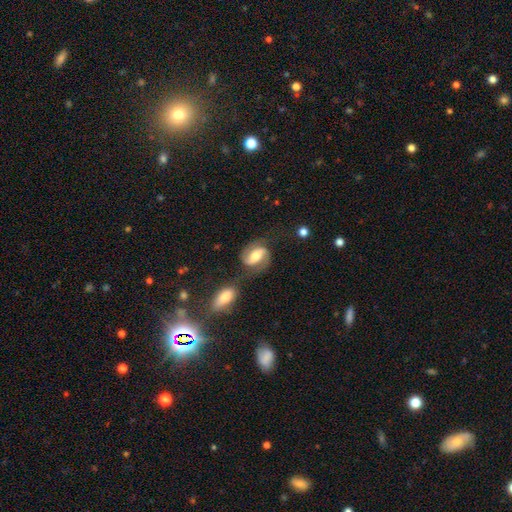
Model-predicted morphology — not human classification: Smooth or featured: featured or disk — 76% (smooth — 18%)
Edge-on disk: no — 96% (yes — 4%)
Bar: strong — 39% (tied with weak — 39%)
Spiral arms: yes — 94% (no — 6%)
Spiral winding: medium — 51% (loose — 29%)
Spiral arm count: 2 — 92% (can't tell — 3%)
Bulge size: moderate — 57% (small — 19%)
Merging: none — 61% (minor disturbance — 16%)